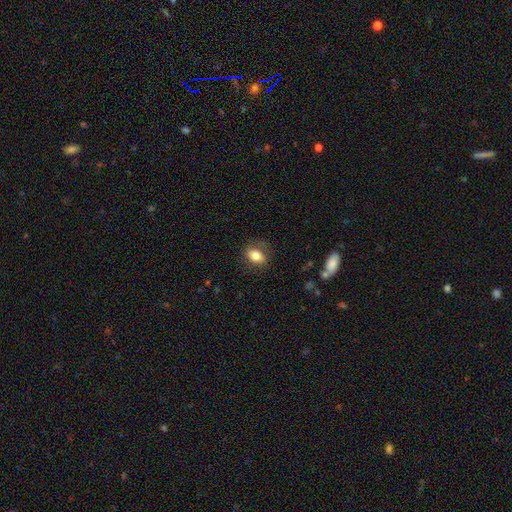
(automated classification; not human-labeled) Smooth or featured?
  - smooth: 78% *
  - featured or disk: 14%
  - star or artifact: 8%
How rounded?
  - in between: 77% *
  - round: 21%
  - cigar-shaped: 2%
Merging?
  - none: 76% *
  - minor disturbance: 16%
  - major disturbance: 6%
  - merger: 1%